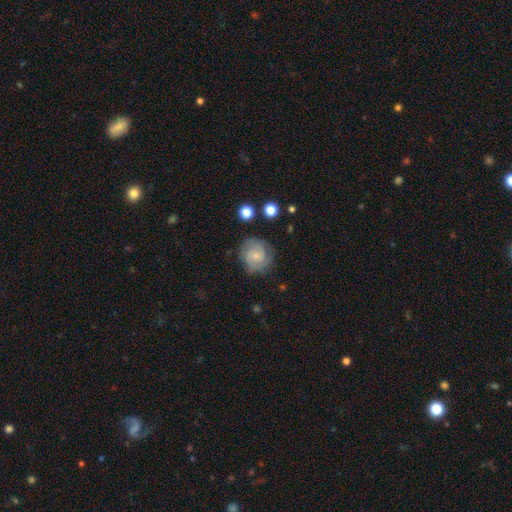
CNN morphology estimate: smooth_or_featured: featured or disk (p=0.53) [alt: smooth p=0.39]
disk_edge_on: no (p=0.98) [alt: yes p=0.02]
bar: no (p=0.77) [alt: weak p=0.20]
has_spiral_arms: yes (p=0.86) [alt: no p=0.14]
bulge_size: small (p=0.73) [alt: moderate p=0.18]
merging: none (p=0.74) [alt: minor disturbance p=0.17]